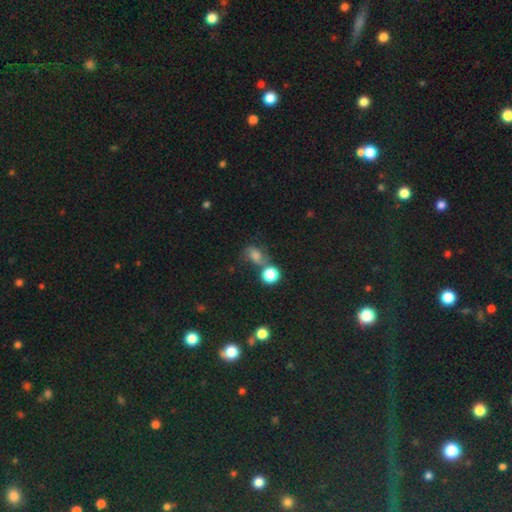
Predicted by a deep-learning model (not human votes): smooth-or-featured: smooth: 55% | star or artifact: 27% | featured or disk: 18%
  how-rounded: in between: 51% | round: 46% | cigar-shaped: 3%
  merging: none: 45% | merger: 24% | minor disturbance: 19% | major disturbance: 12%